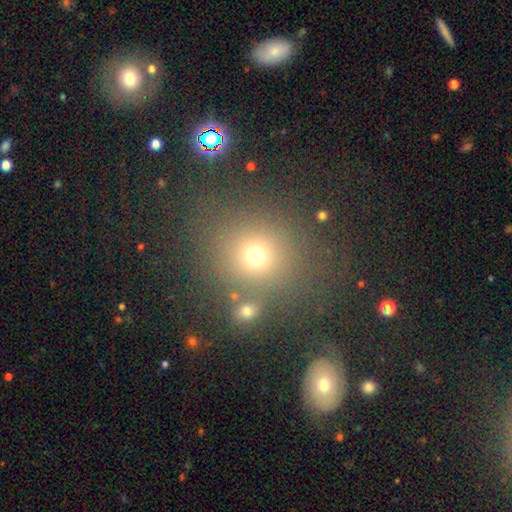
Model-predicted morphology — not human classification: type=smooth (69%); roundness=round (79%); merging=none (72%).